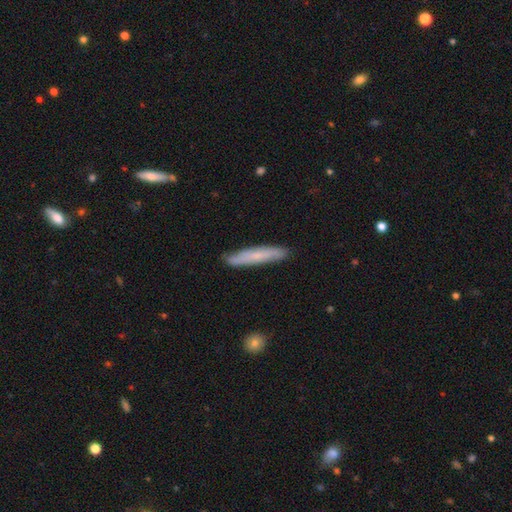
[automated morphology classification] This is possibly a smooth galaxy (58%). How rounded: clearly cigar-shaped (92%). Merging: clearly none (85%).